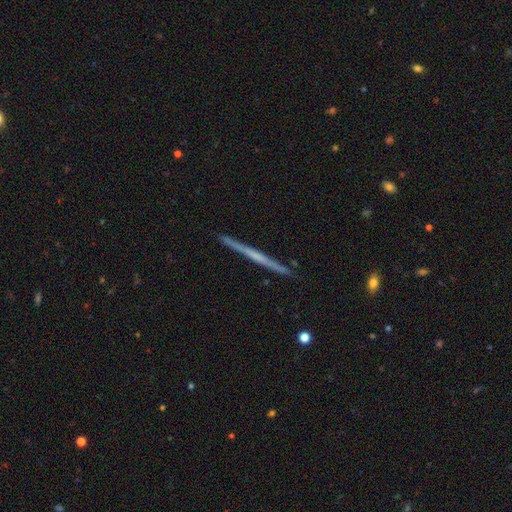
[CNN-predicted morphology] smooth_or_featured: featured or disk (p=0.67) [alt: smooth p=0.28]
disk_edge_on: yes (p=0.98) [alt: no p=0.02]
edge_on_bulge: none (p=0.74) [alt: rounded p=0.20]
merging: none (p=0.92) [alt: minor disturbance p=0.05]